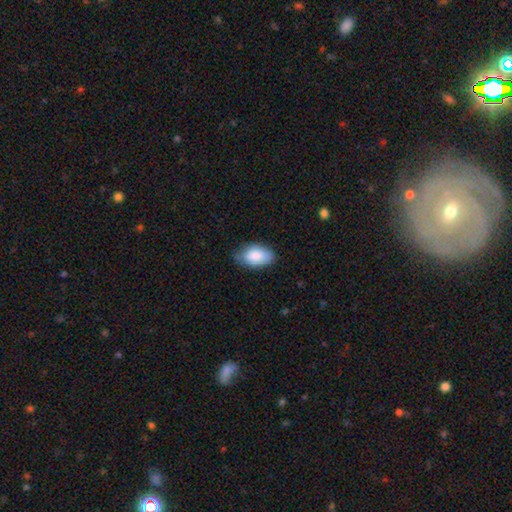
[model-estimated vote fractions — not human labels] Smooth or featured? smooth (84%)
How rounded? in between (93%)
Merging? none (65%)